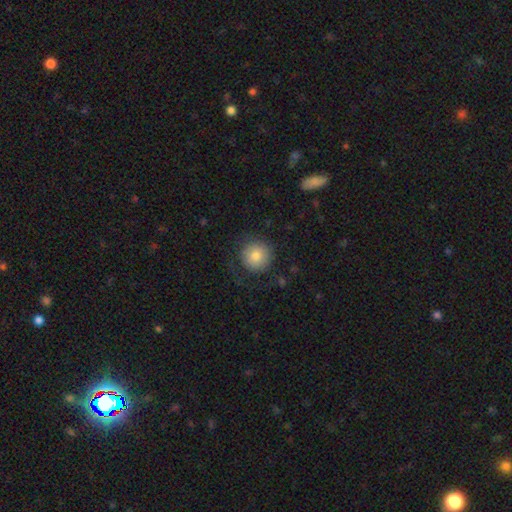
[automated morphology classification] Smooth or featured? smooth (75%)
How rounded? round (95%)
Merging? none (73%)